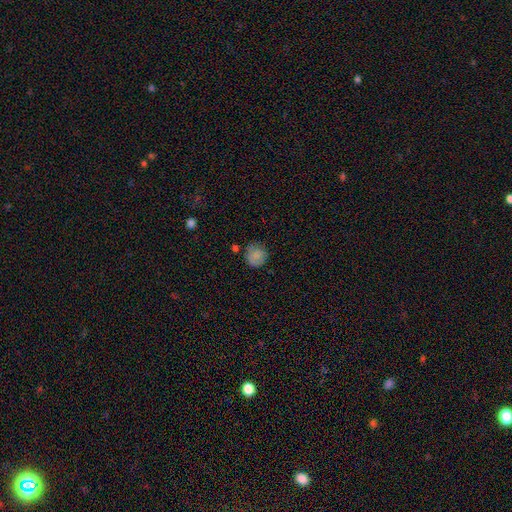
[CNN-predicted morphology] type=smooth (83%); roundness=round (88%); merging=none (72%).